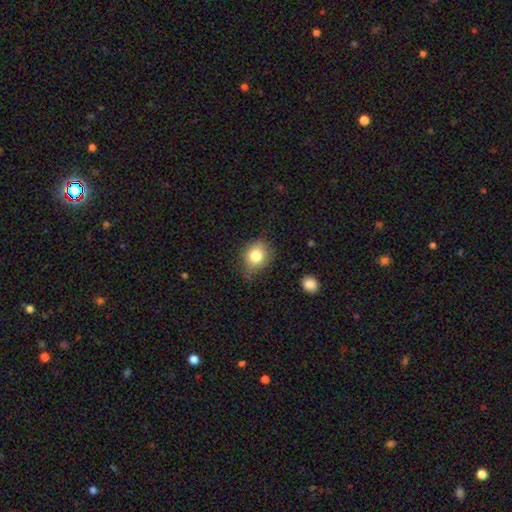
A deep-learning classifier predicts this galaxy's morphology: Overall: smooth (81%). How rounded: round (71%). Merging: none (68%).